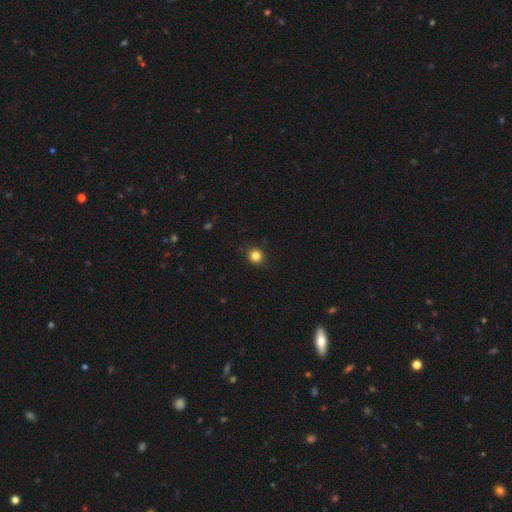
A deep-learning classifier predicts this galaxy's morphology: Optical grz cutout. It shows a smooth galaxy with no disk features (84%) that is round (92%). Merging: none (91%).